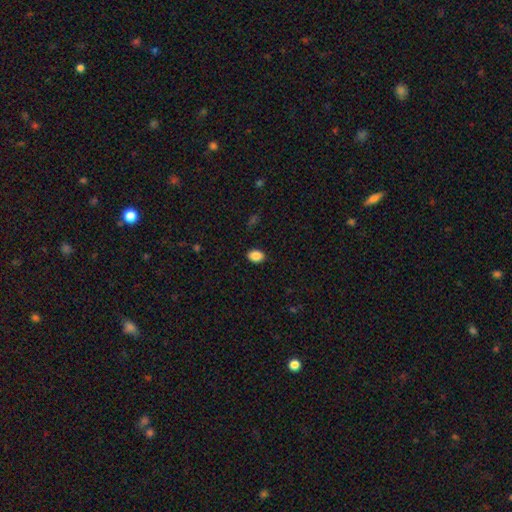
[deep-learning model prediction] smooth_or_featured: smooth (p=0.88) [alt: star or artifact p=0.08]
how_rounded: in between (p=0.75) [alt: round p=0.24]
merging: none (p=0.89) [alt: minor disturbance p=0.08]